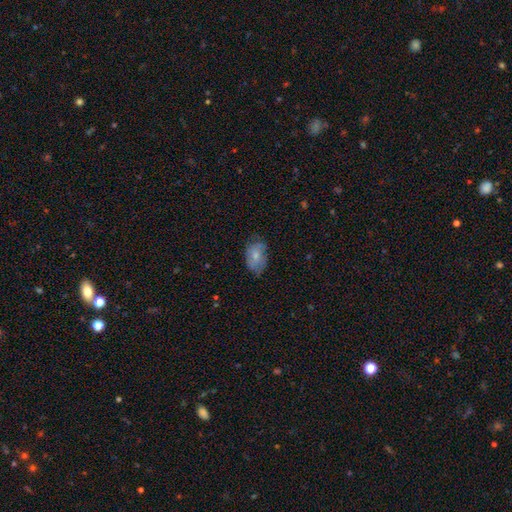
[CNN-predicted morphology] smooth-or-featured: smooth: 72% | featured or disk: 21% | star or artifact: 7%
  how-rounded: in between: 86% | round: 13% | cigar-shaped: 1%
  merging: none: 59% | minor disturbance: 30% | major disturbance: 9% | merger: 1%